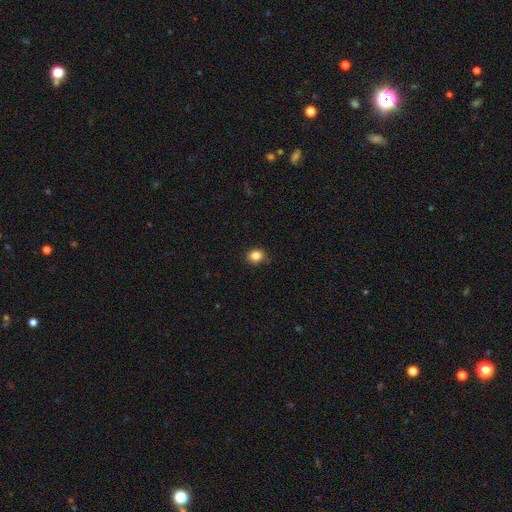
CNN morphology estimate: Smooth or featured: smooth — 84% (star or artifact — 11%)
How rounded: round — 76% (in between — 23%)
Merging: none — 82% (minor disturbance — 15%)